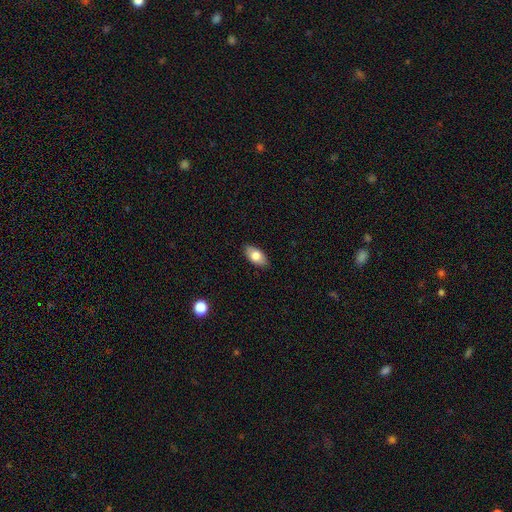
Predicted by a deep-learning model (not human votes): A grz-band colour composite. It shows a smooth galaxy with no disk features (78%) that is in between round and cigar-shaped (93%). Merging: none (87%).